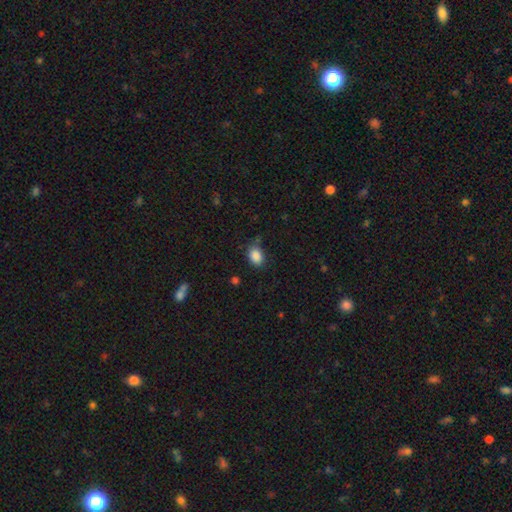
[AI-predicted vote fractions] Overall: smooth (87%). How rounded: in between (73%). Merging: none (74%).